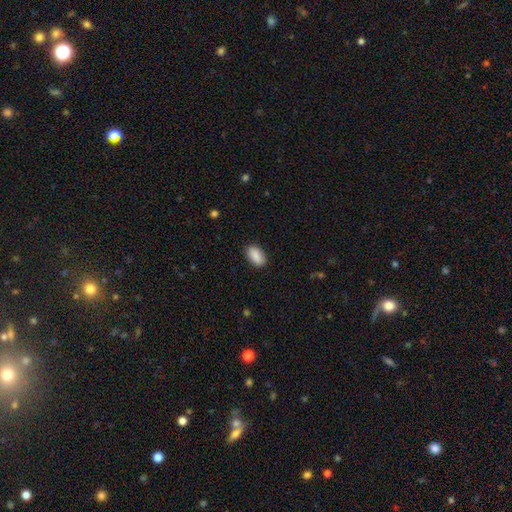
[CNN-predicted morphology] The model was most divided on "merging": none: 87%, minor disturbance: 10%, major disturbance: 2%, merger: 1%. More confident: how rounded — in between (93%); smooth or featured — smooth (90%).